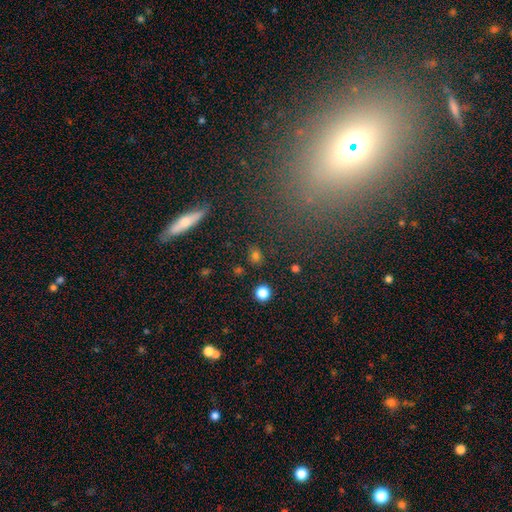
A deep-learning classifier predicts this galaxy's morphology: smooth 70%, star or artifact 18%, featured or disk 13%. Down the decision tree: how rounded — round (61%); merging — none (85%).